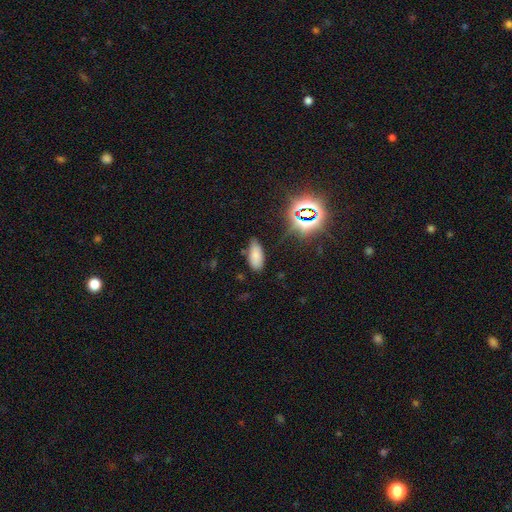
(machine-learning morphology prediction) Q: Smooth or featured?
A: smooth (75%); runner-up: star or artifact (17%)
Q: How rounded?
A: in between (89%); runner-up: cigar-shaped (9%)
Q: Merging?
A: none (73%); runner-up: minor disturbance (20%)